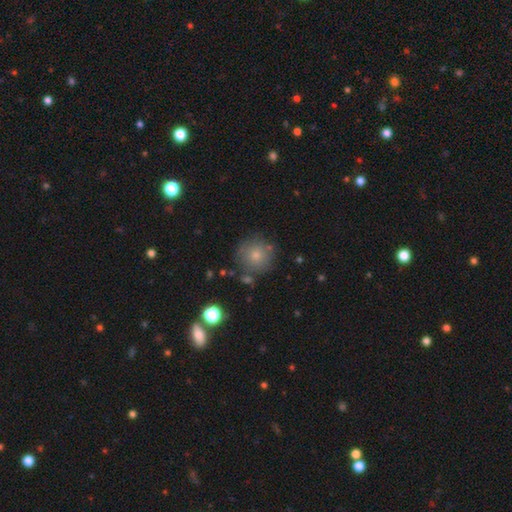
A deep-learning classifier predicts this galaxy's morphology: Smooth or featured?
  - smooth: 68% *
  - star or artifact: 18%
  - featured or disk: 13%
How rounded?
  - round: 94% *
  - in between: 5%
  - cigar-shaped: 1%
Merging?
  - none: 82% *
  - minor disturbance: 10%
  - merger: 4%
  - major disturbance: 3%